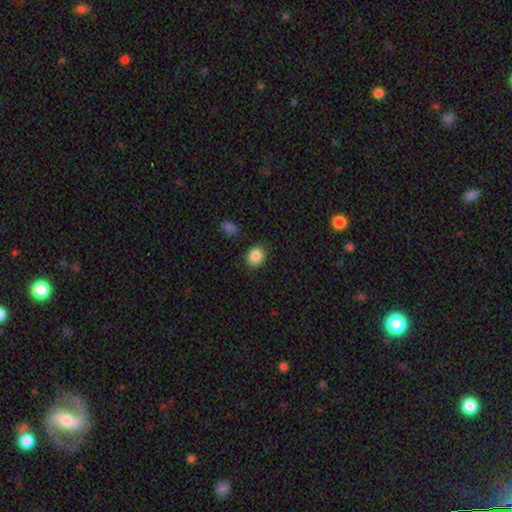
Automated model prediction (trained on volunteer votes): This is clearly a smooth galaxy (87%). How rounded: likely round (65%). Merging: clearly none (87%).